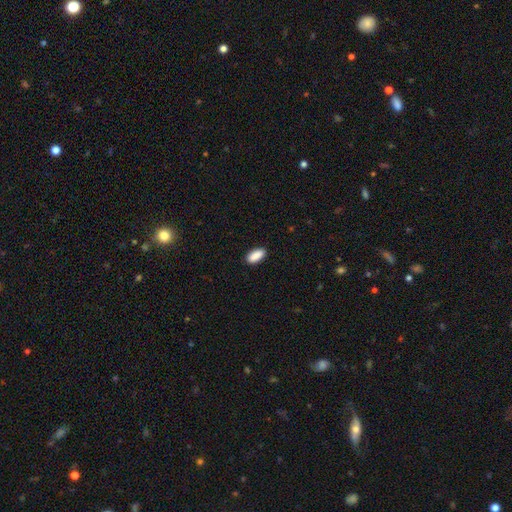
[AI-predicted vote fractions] This is clearly a smooth galaxy (90%). How rounded: clearly in between (88%). Merging: clearly none (89%).